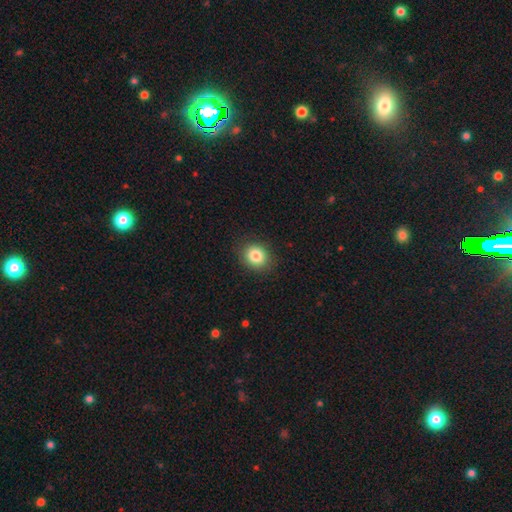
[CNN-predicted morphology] smooth-or-featured: smooth: 83% | star or artifact: 10% | featured or disk: 7%
  how-rounded: round: 73% | in between: 26% | cigar-shaped: 1%
  merging: none: 88% | minor disturbance: 8% | major disturbance: 3% | merger: 1%